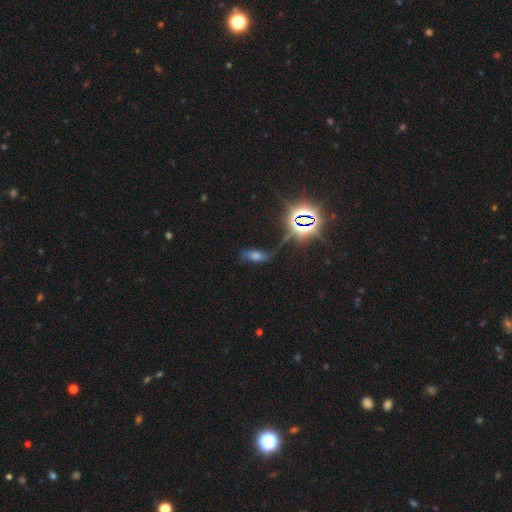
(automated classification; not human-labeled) Smooth or featured: star or artifact — 41% (smooth — 35%)